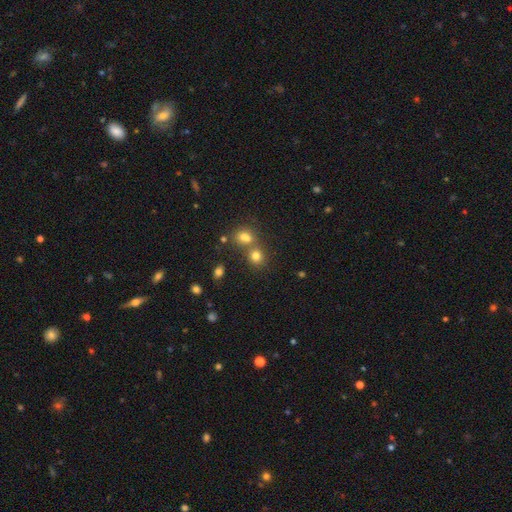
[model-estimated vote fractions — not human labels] Smooth or featured: smooth — 77% (star or artifact — 15%)
How rounded: round — 75% (in between — 24%)
Merging: none — 51% (merger — 38%)